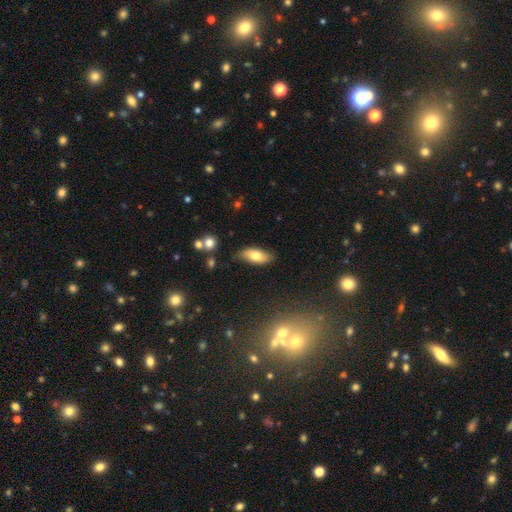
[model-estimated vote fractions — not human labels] smooth 70%, featured or disk 23%, star or artifact 7%. Down the decision tree: how rounded — in between (87%); merging — none (77%).